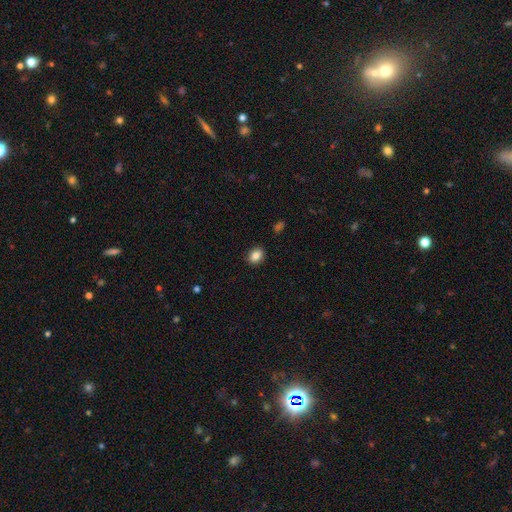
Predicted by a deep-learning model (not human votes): The model was most divided on "how rounded": in between: 65%, round: 34%, cigar-shaped: 1%. More confident: merging — none (89%); smooth or featured — smooth (86%).